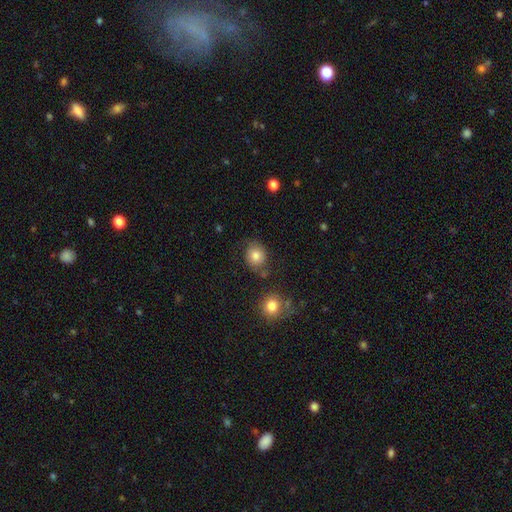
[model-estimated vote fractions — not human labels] A smooth galaxy with no disk features (81%) that is round (66%).

Vote fractions:
- Smooth or featured? smooth: 81% / star or artifact: 10% / featured or disk: 10%
- How rounded? round: 66% / in between: 33% / cigar-shaped: 1%
- Merging? none: 72% / minor disturbance: 17% / merger: 6% / major disturbance: 5%